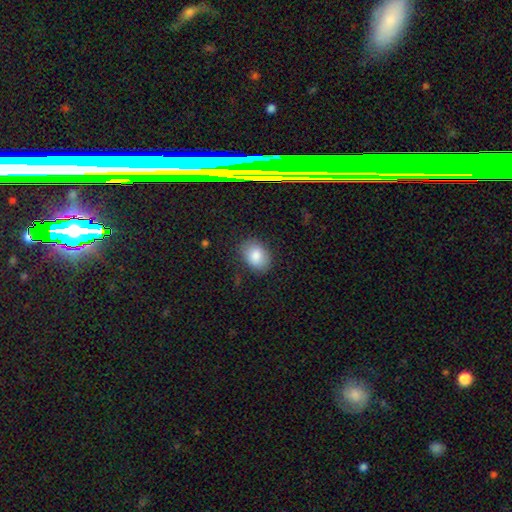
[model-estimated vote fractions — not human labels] Morphology: type=smooth (84%); roundness=in between (72%); merging=none (82%).